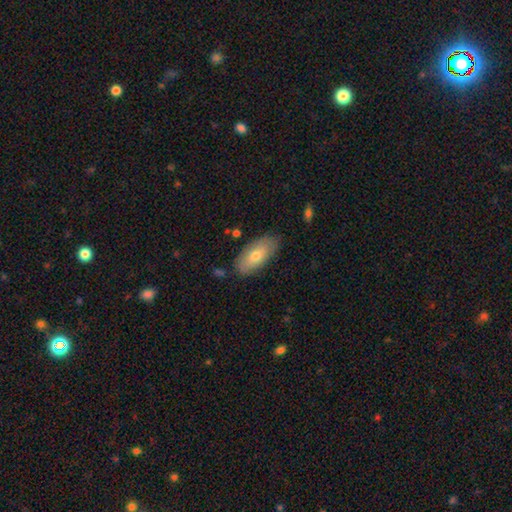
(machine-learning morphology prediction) A smooth galaxy with no disk features (70%) that is in between round and cigar-shaped (90%).

Vote fractions:
- Smooth or featured? smooth: 70% / featured or disk: 24% / star or artifact: 6%
- How rounded? in between: 90% / cigar-shaped: 7% / round: 2%
- Merging? none: 81% / minor disturbance: 14% / major disturbance: 3% / merger: 2%